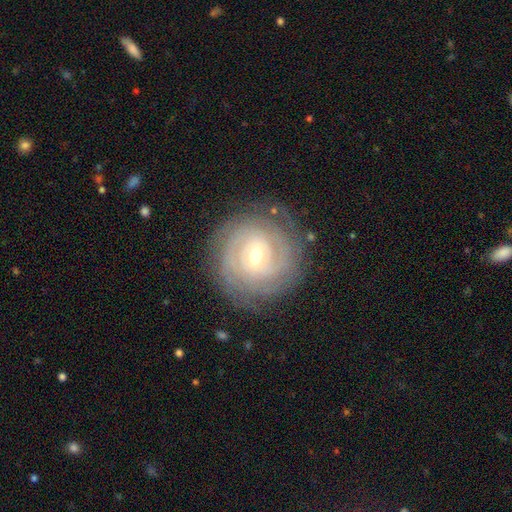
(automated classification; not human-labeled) smooth_or_featured: featured or disk (p=0.82) [alt: smooth p=0.12]
disk_edge_on: no (p=0.97) [alt: yes p=0.03]
bar: weak (p=0.49) [alt: no p=0.35]
has_spiral_arms: yes (p=0.93) [alt: no p=0.07]
spiral_winding: tight (p=0.83) [alt: medium p=0.14]
spiral_arm_count: can't tell (p=0.38) [alt: 2 p=0.21]
bulge_size: moderate (p=0.57) [alt: small p=0.38]
merging: none (p=0.83) [alt: minor disturbance p=0.11]